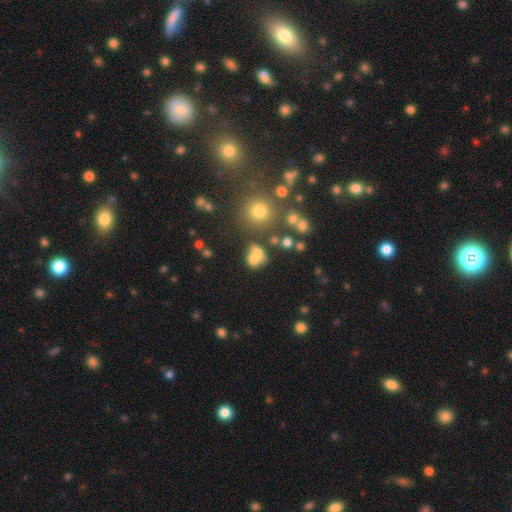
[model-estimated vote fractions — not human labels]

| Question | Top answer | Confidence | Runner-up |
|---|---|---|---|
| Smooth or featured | smooth | 65% | featured or disk (19%) |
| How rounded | round | 55% | in between (43%) |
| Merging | merger | 51% | none (31%) |